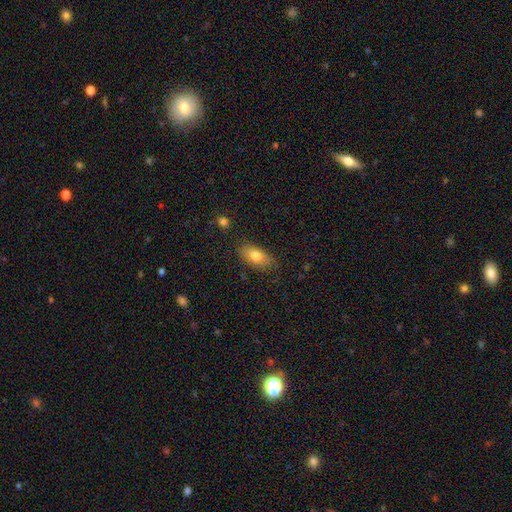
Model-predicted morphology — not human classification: smooth 79%, featured or disk 14%, star or artifact 7%. Down the decision tree: how rounded — in between (87%); merging — none (81%).